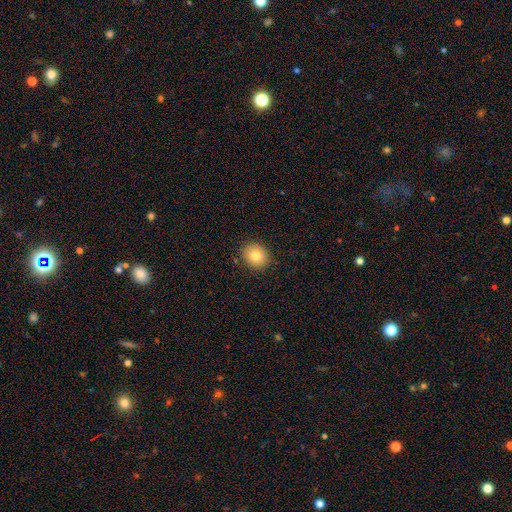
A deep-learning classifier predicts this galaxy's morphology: The model was most divided on "how rounded": round: 72%, in between: 27%, cigar-shaped: 1%. More confident: merging — none (89%); smooth or featured — smooth (81%).